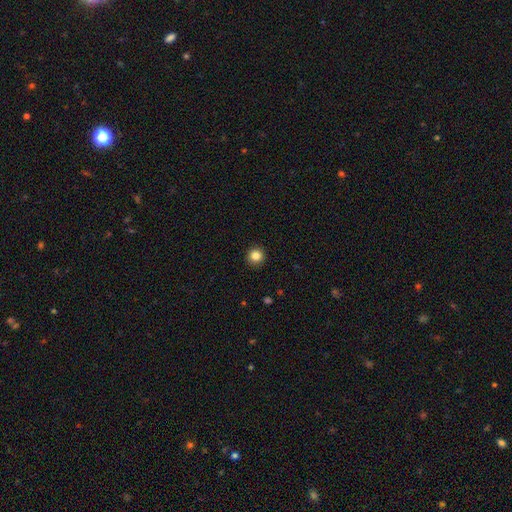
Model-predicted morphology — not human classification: Overall: smooth (84%). How rounded: round (95%). Merging: none (93%).